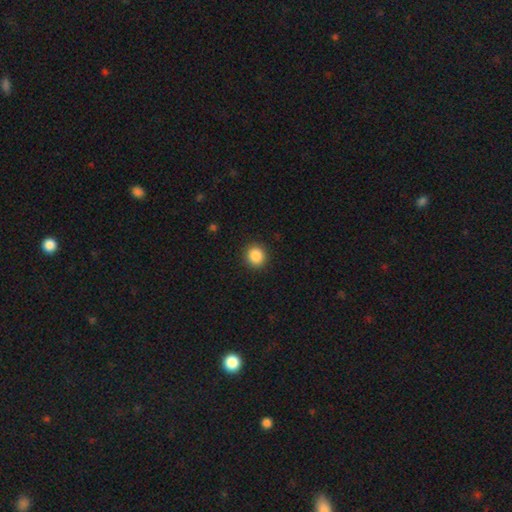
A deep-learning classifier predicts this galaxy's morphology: smooth-or-featured: smooth: 87% | star or artifact: 10% | featured or disk: 3%
  how-rounded: round: 88% | in between: 11% | cigar-shaped: 1%
  merging: none: 91% | minor disturbance: 6% | major disturbance: 2% | merger: 1%